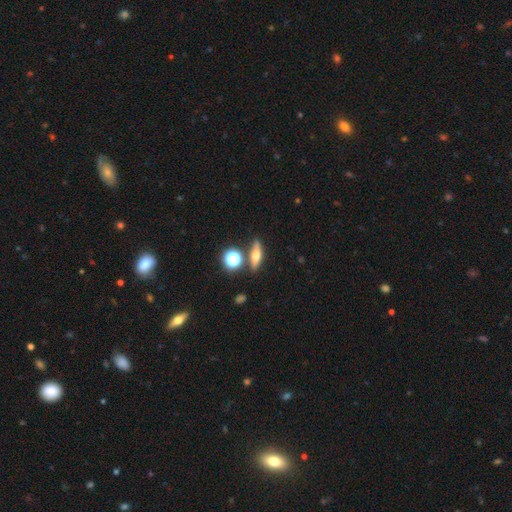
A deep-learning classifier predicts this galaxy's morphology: Smooth or featured?
  - smooth: 46% *
  - featured or disk: 42%
  - star or artifact: 12%
Merging?
  - none: 78% *
  - minor disturbance: 11%
  - merger: 8%
  - major disturbance: 3%